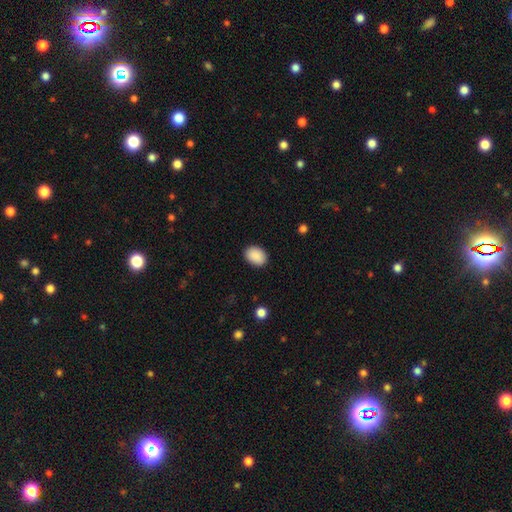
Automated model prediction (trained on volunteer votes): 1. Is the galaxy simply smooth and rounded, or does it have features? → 90% smooth, 7% star or artifact, 3% featured or disk.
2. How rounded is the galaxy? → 77% in between, 22% round, 1% cigar-shaped.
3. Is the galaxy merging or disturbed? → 89% none, 8% minor disturbance, 2% major disturbance, 1% merger.